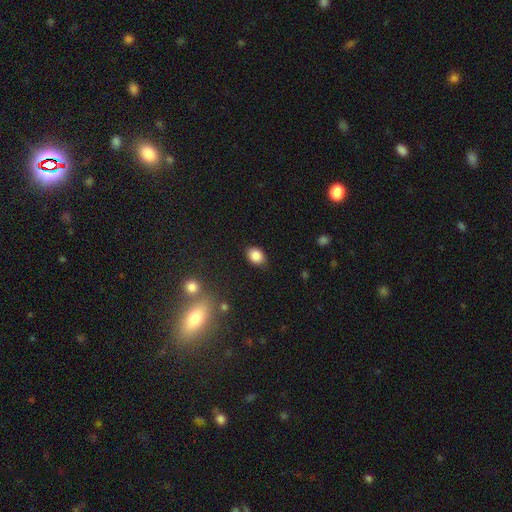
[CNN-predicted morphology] smooth 86%, star or artifact 9%, featured or disk 5%. Down the decision tree: how rounded — in between (70%); merging — none (82%).